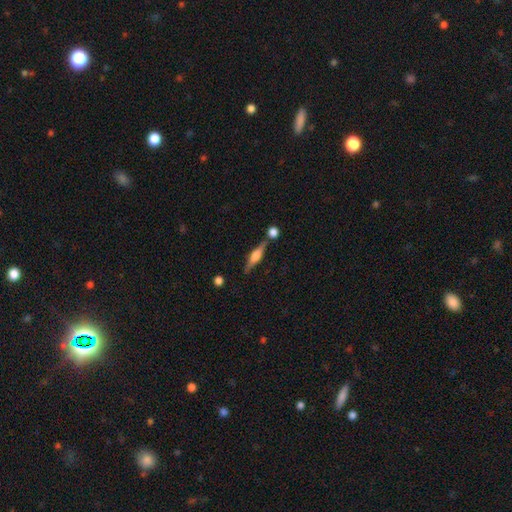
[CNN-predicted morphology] Overall: featured or disk (66%; smooth 28%). Edge-on disk: yes (96%). Edge-on bulge: rounded (77%). Merging: none (75%).